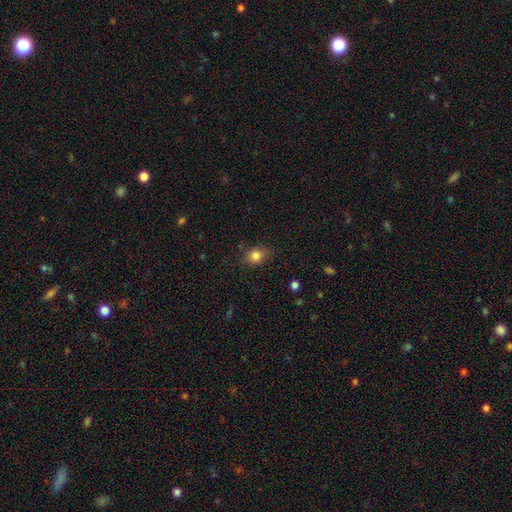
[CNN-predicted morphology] This is clearly a smooth galaxy (83%). How rounded: possibly round (53%). Merging: likely none (80%).